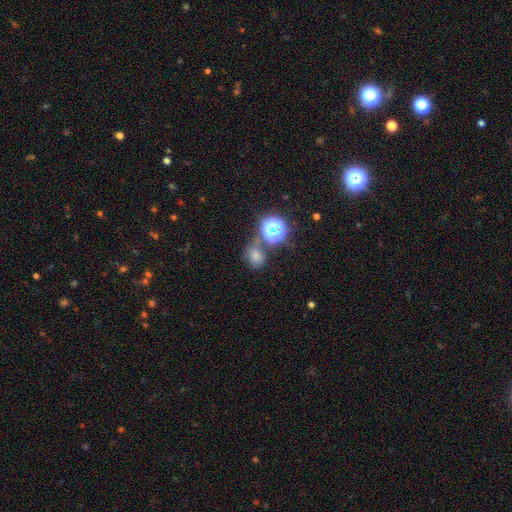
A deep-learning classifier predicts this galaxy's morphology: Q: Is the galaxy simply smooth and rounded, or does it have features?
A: smooth — 63%.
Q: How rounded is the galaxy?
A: round — 62%.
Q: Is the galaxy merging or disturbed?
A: none — 56%.